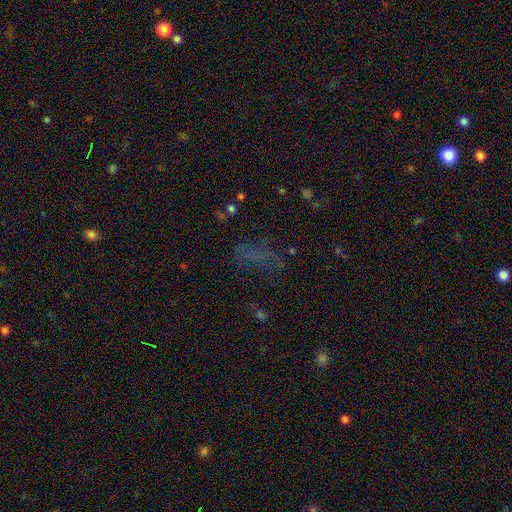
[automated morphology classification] Smooth or featured?
  - star or artifact: 41% *
  - smooth: 37%
  - featured or disk: 22%